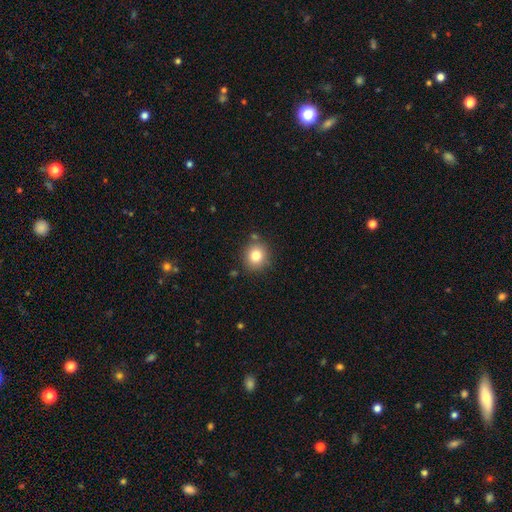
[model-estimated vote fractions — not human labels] A smooth galaxy with no disk features (81%) that is round (84%). Merging: none (84%).